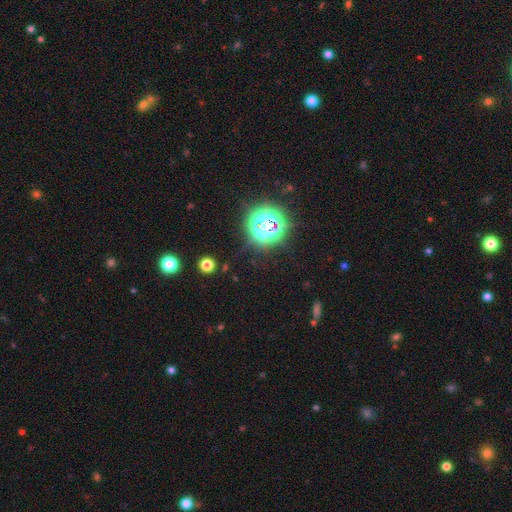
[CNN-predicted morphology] This appears to be a star or artifact, not a galaxy (76%).